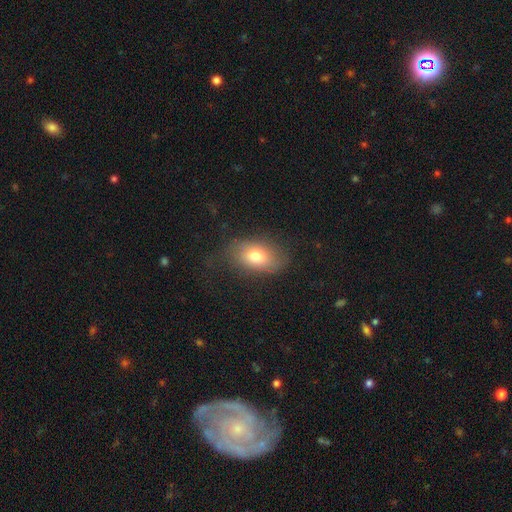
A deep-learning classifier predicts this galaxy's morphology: Smooth or featured?
  - smooth: 74% *
  - featured or disk: 16%
  - star or artifact: 10%
How rounded?
  - in between: 85% *
  - round: 13%
  - cigar-shaped: 2%
Merging?
  - none: 66% *
  - minor disturbance: 22%
  - major disturbance: 11%
  - merger: 1%